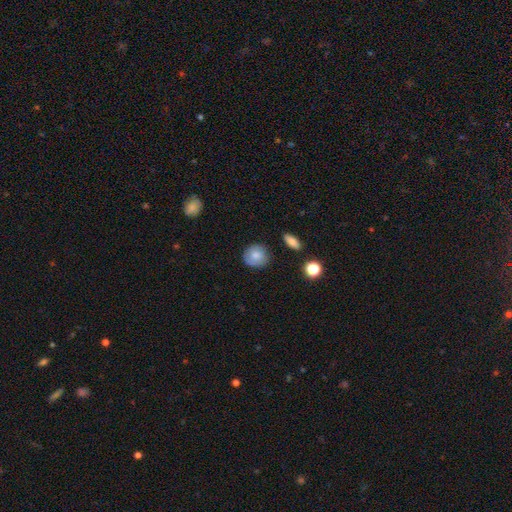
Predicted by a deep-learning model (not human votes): Smooth or featured? Predicted: smooth (p=0.78). How rounded? Predicted: round (p=0.86). Merging? Predicted: none (p=0.82).